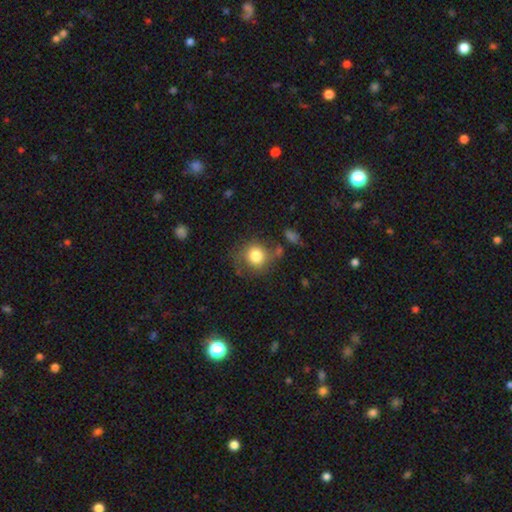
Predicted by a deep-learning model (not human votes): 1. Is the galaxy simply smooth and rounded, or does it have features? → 79% smooth, 12% featured or disk, 10% star or artifact.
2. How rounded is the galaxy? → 84% round, 15% in between, 1% cigar-shaped.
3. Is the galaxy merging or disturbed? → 67% none, 18% minor disturbance, 9% major disturbance, 6% merger.